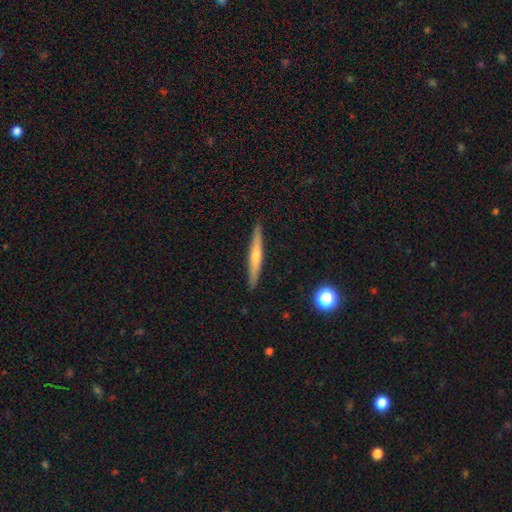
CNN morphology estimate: This is likely a featured or disk galaxy (63%). It is clearly viewed edge-on (97%). Edge-on bulge: likely rounded (76%). Merging: clearly none (92%).